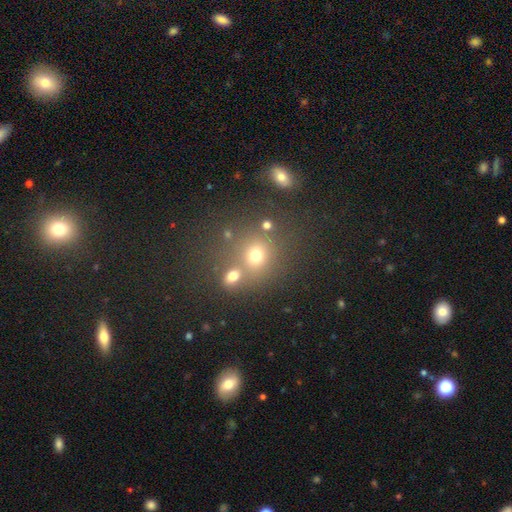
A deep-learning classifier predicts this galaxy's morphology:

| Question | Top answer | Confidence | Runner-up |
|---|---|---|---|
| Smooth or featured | smooth | 69% | star or artifact (20%) |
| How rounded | round | 75% | in between (24%) |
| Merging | none | 57% | merger (28%) |